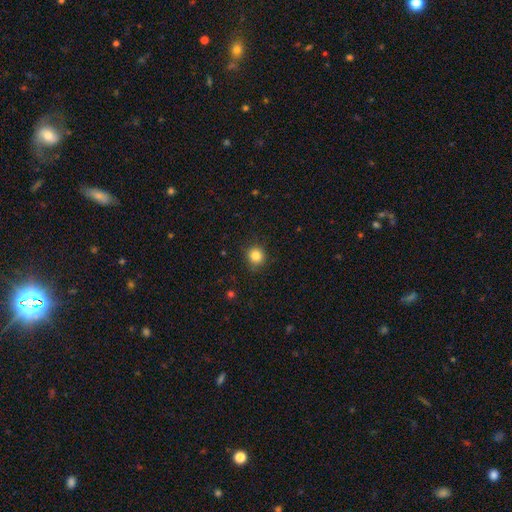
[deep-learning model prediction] smooth_or_featured: smooth (p=0.84) [alt: star or artifact p=0.11]
how_rounded: round (p=0.88) [alt: in between p=0.11]
merging: none (p=0.86) [alt: minor disturbance p=0.10]